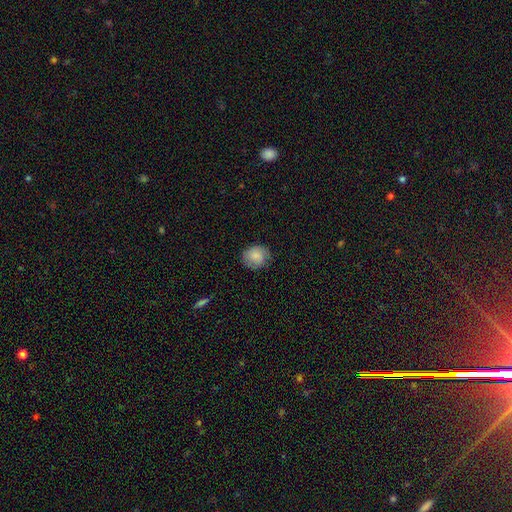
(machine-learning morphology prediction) Q: Smooth or featured?
A: smooth (83%); runner-up: featured or disk (9%)
Q: How rounded?
A: round (72%); runner-up: in between (28%)
Q: Merging?
A: none (75%); runner-up: minor disturbance (19%)